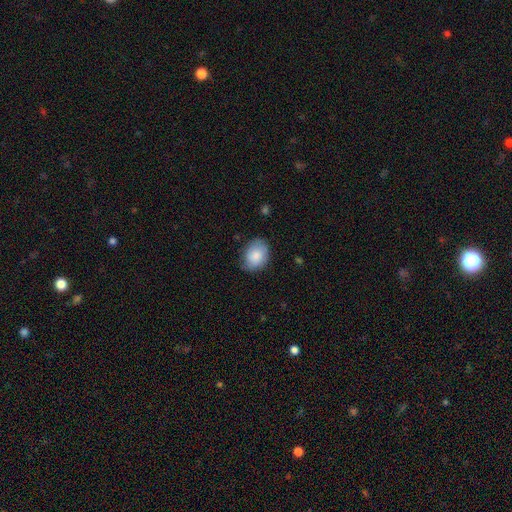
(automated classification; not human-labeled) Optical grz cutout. It shows a smooth galaxy with no disk features (82%) that is in between round and cigar-shaped (67%). Merging: none (73%).